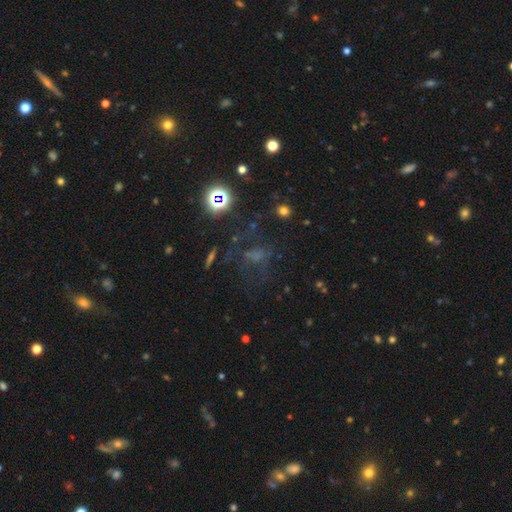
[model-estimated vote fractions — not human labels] This is marginally a star or artifact rather than a galaxy (42%).